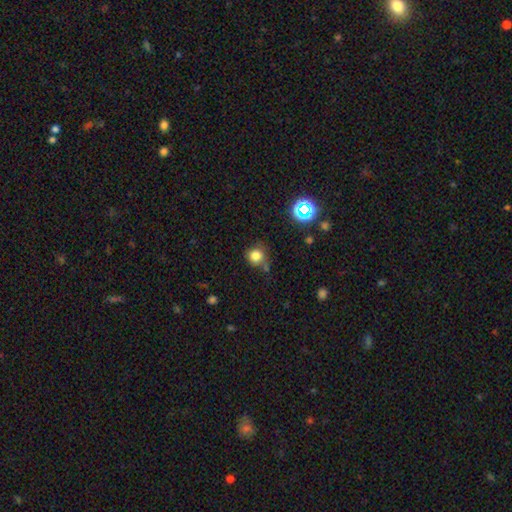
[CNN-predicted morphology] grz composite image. It shows a smooth galaxy with no disk features (79%) that is round (89%). Merging: none (67%).